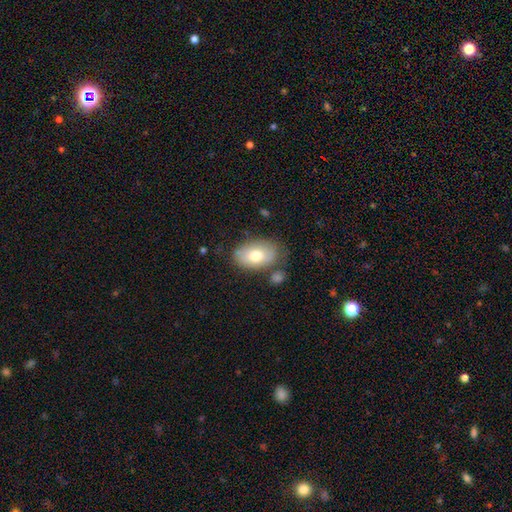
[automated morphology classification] smooth_or_featured: smooth (p=0.71) [alt: featured or disk p=0.22]
how_rounded: in between (p=0.89) [alt: round p=0.10]
merging: none (p=0.69) [alt: minor disturbance p=0.19]